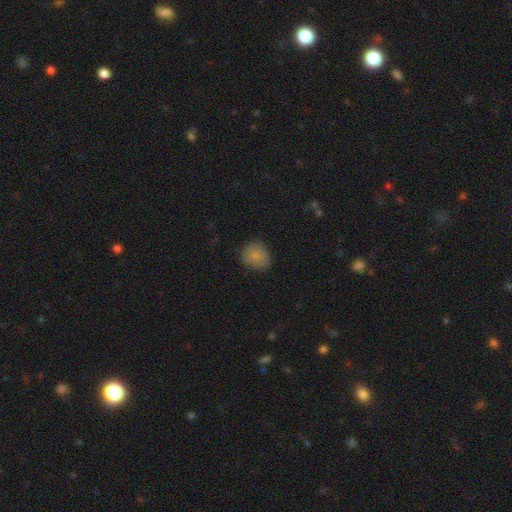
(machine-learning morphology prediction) smooth 83%, star or artifact 9%, featured or disk 7%. Down the decision tree: how rounded — round (75%); merging — none (79%).